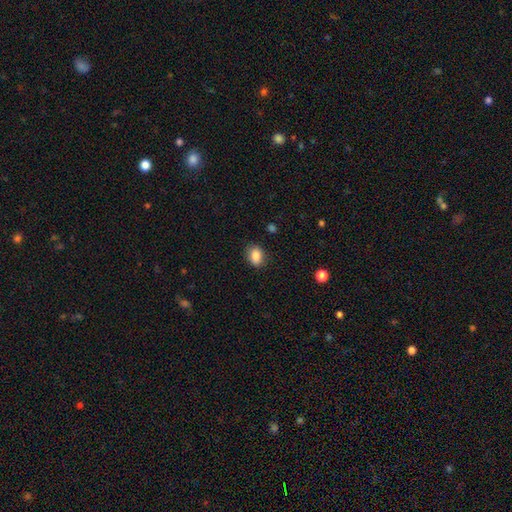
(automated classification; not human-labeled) Overall: smooth (86%). How rounded: in between (67%; round 32%). Merging: none (84%).